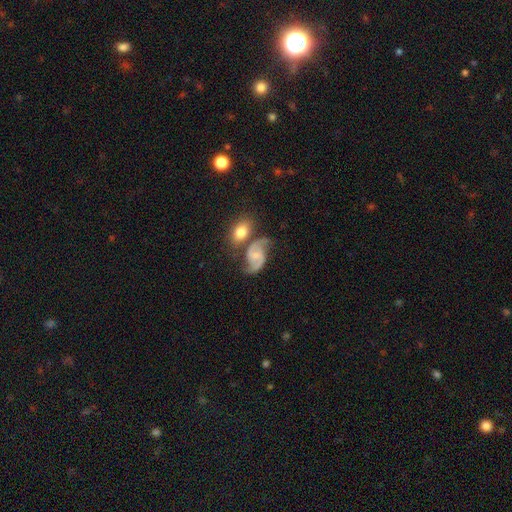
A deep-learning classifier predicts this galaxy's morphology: smooth-or-featured: featured or disk: 83% | smooth: 11% | star or artifact: 6%
  disk-edge-on: no: 97% | yes: 3%
    bar: no: 47% | weak: 42% | strong: 10%
    has-spiral-arms: yes: 96% | no: 4%
      spiral-winding: medium: 50% | loose: 37% | tight: 13%
      spiral-arm-count: 2: 92% | can't tell: 3% | 1: 2% | 3: 1% | 4: 1% | more than 4: 1%
    bulge-size: small: 59% | moderate: 28% | none: 9% | large: 2% | dominant: 1%
  merging: none: 50% | merger: 23% | minor disturbance: 18% | major disturbance: 9%